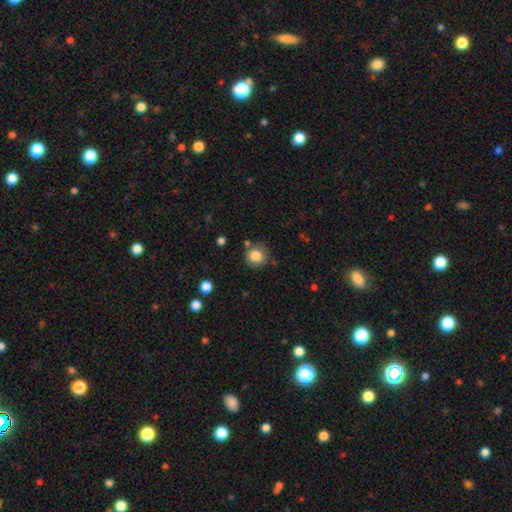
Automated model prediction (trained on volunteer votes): The model was most divided on "merging": none: 80%, minor disturbance: 11%, merger: 6%, major disturbance: 3%. More confident: how rounded — round (91%); smooth or featured — smooth (84%).